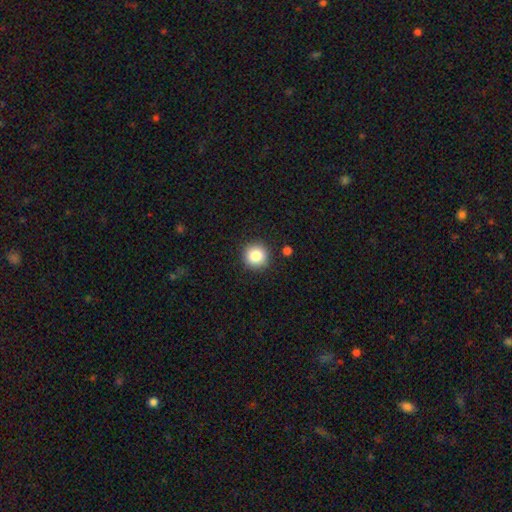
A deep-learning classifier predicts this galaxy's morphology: This is clearly a smooth galaxy (85%). How rounded: clearly round (94%). Merging: clearly none (90%).